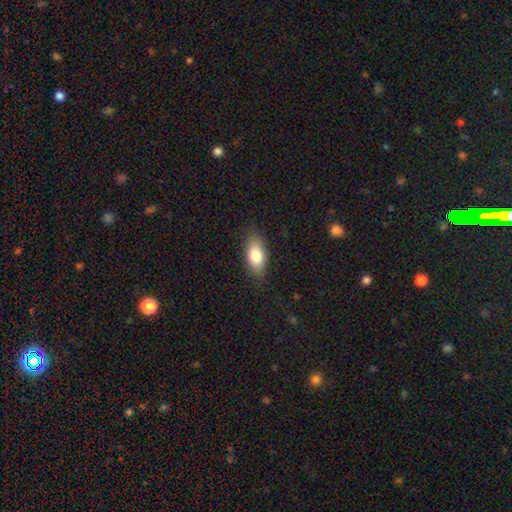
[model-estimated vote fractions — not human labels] This appears to be a smooth galaxy with no disk features (79%) that is in between round and cigar-shaped (87%). Merging: none (83%).